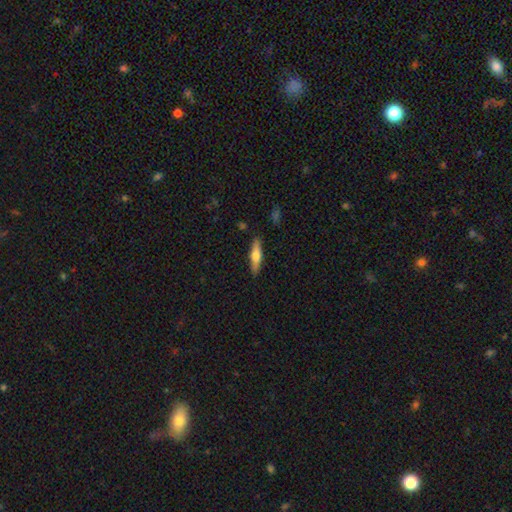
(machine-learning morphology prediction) Smooth or featured: smooth — 52% (featured or disk — 42%)
How rounded: cigar-shaped — 70% (in between — 28%)
Merging: none — 87% (minor disturbance — 9%)